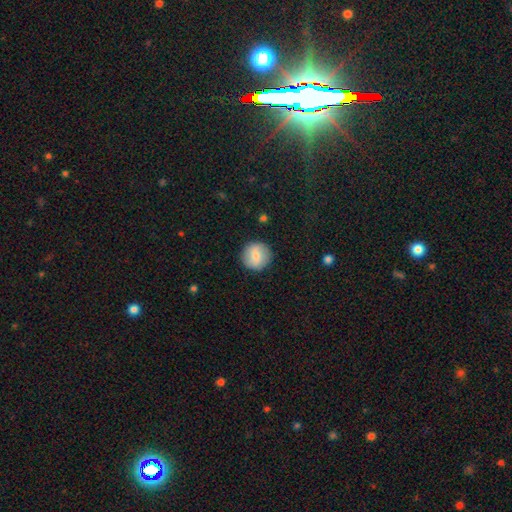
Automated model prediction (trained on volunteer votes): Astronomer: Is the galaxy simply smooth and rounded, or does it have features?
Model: smooth — 75%.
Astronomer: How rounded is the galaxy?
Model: round — 94%.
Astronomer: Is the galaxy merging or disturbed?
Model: none — 89%.